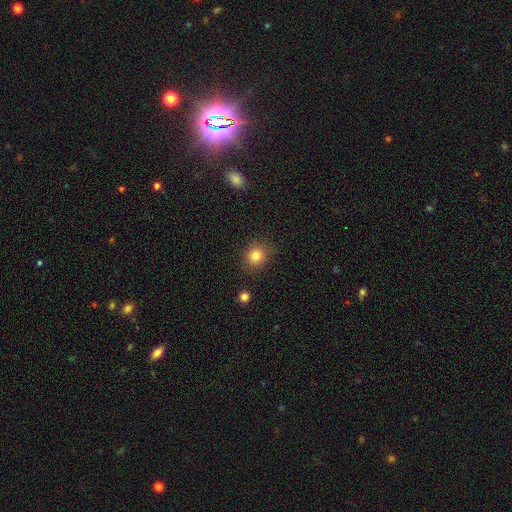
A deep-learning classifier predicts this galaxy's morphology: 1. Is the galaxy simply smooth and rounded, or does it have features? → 83% smooth, 11% star or artifact, 6% featured or disk.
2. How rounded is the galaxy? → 81% round, 18% in between, 1% cigar-shaped.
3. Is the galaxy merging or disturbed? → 86% none, 9% minor disturbance, 3% major disturbance, 2% merger.